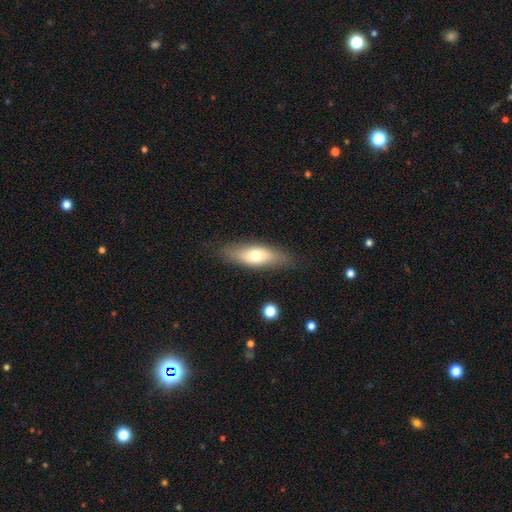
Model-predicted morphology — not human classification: A smooth galaxy with no disk features (61%) that is in between round and cigar-shaped (58%). Merging: none (81%).